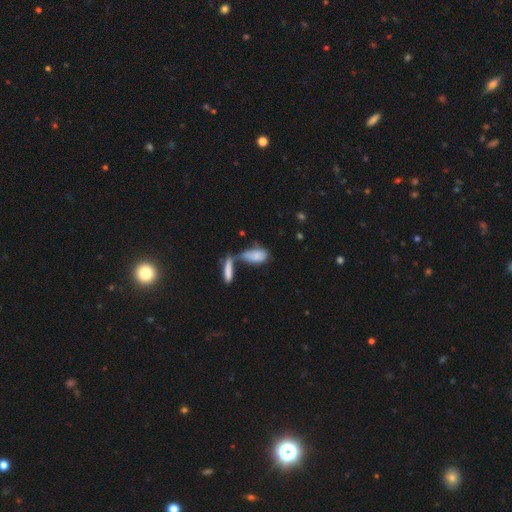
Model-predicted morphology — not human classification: Smooth or featured? smooth (77%)
How rounded? in between (81%)
Merging? merger (50%)